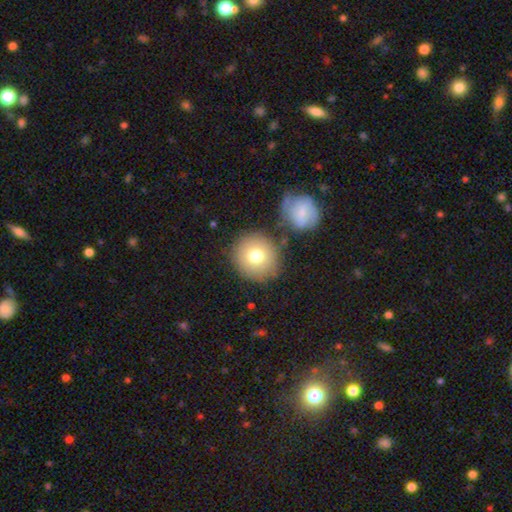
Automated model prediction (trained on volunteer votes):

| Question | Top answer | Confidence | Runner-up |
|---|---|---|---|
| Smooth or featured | smooth | 76% | featured or disk (15%) |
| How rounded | round | 91% | in between (8%) |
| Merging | none | 77% | minor disturbance (10%) |